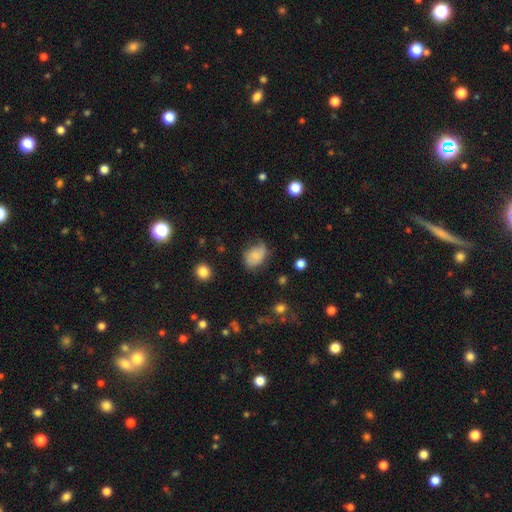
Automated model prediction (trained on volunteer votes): smooth 75%, featured or disk 15%, star or artifact 9%. Down the decision tree: how rounded — in between (82%); merging — none (48%).